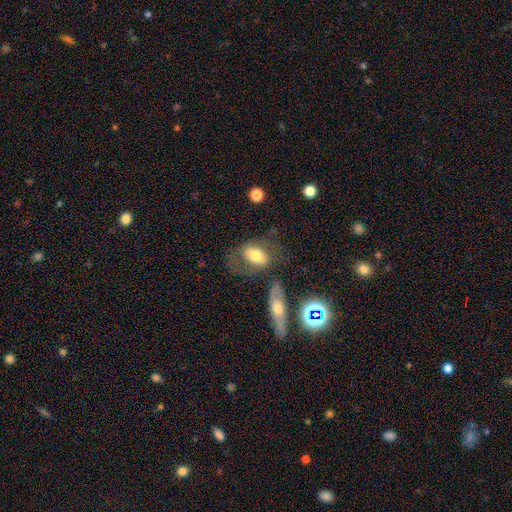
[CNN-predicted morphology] smooth_or_featured: smooth (p=0.57) [alt: featured or disk p=0.35]
how_rounded: in between (p=0.82) [alt: round p=0.16]
merging: none (p=0.48) [alt: minor disturbance p=0.19]